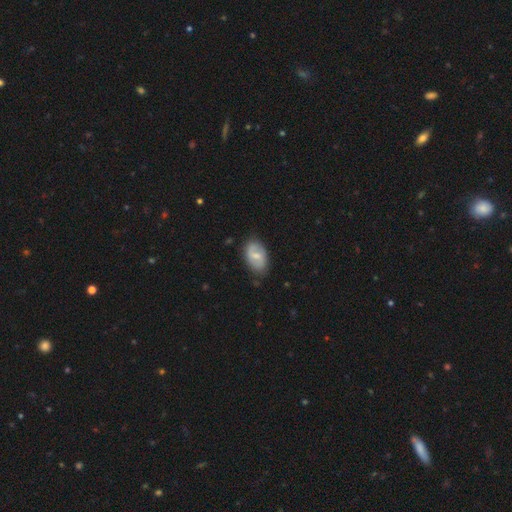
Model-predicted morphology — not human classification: Overall: smooth (49%; featured or disk 45%). Merging: none (76%).